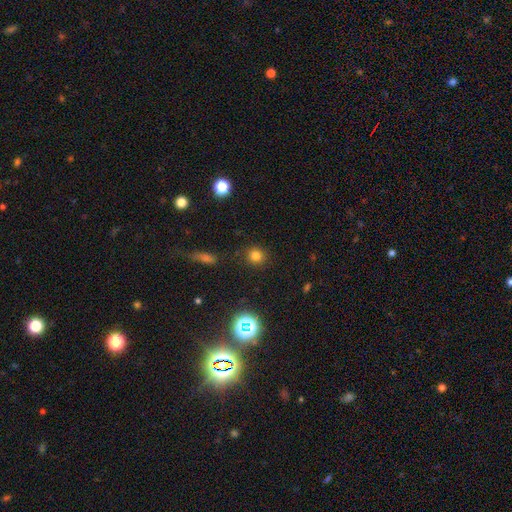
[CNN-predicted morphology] Smooth or featured: smooth — 76% (star or artifact — 17%)
How rounded: round — 90% (in between — 8%)
Merging: none — 89% (minor disturbance — 7%)